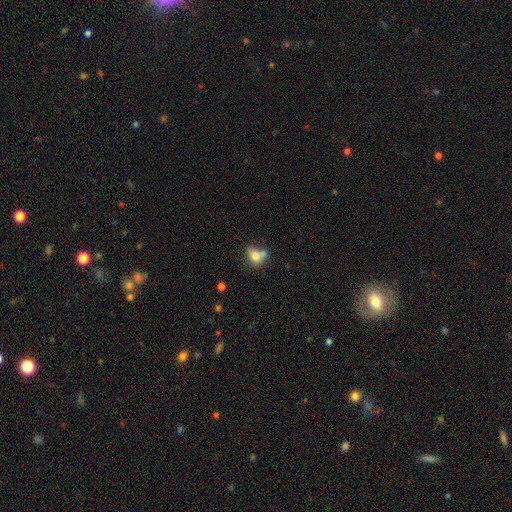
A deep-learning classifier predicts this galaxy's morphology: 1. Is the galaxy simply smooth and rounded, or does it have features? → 76% smooth, 15% featured or disk, 10% star or artifact.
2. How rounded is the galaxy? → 55% in between, 44% round, 1% cigar-shaped.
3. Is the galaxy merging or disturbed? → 39% merger, 34% none, 18% minor disturbance, 9% major disturbance.